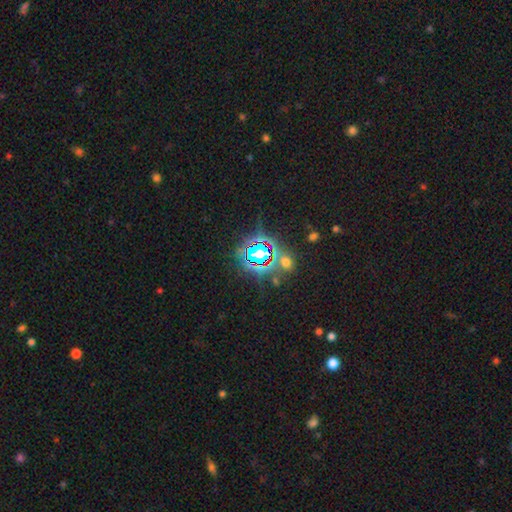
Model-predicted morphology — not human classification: This is clearly a star or artifact rather than a galaxy (80%).